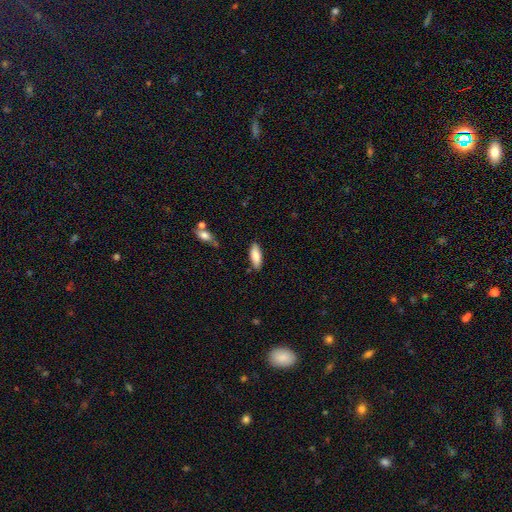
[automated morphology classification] The model was most divided on "how rounded": in between: 69%, cigar-shaped: 30%, round: 2%. More confident: smooth or featured — smooth (83%); merging — none (83%).